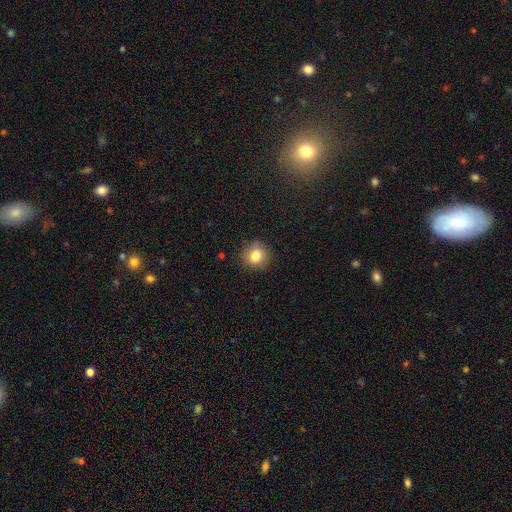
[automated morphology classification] The model was most divided on "how rounded": round: 85%, in between: 14%, cigar-shaped: 1%. More confident: merging — none (86%); smooth or featured — smooth (82%).